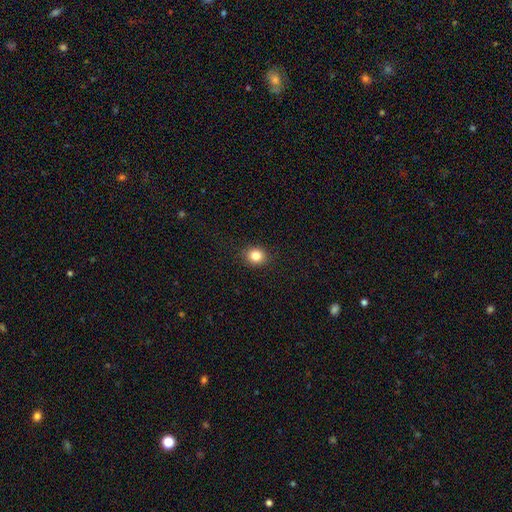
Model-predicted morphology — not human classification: The model was most divided on "how rounded": round: 75%, in between: 24%, cigar-shaped: 1%. More confident: merging — none (90%); smooth or featured — smooth (84%).